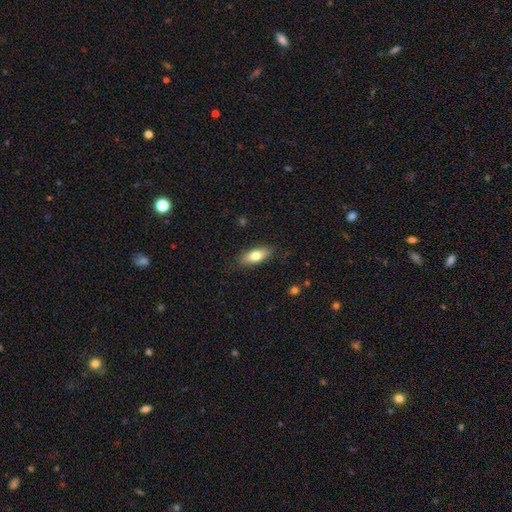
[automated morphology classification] Smooth or featured? Predicted: smooth (p=0.75). How rounded? Predicted: in between (p=0.77). Merging? Predicted: none (p=0.85).